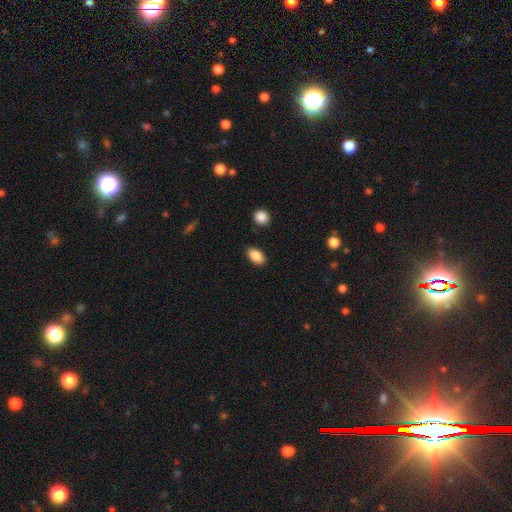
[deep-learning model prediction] Smooth or featured: smooth — 88% (star or artifact — 8%)
How rounded: in between — 90% (round — 8%)
Merging: none — 87% (minor disturbance — 9%)